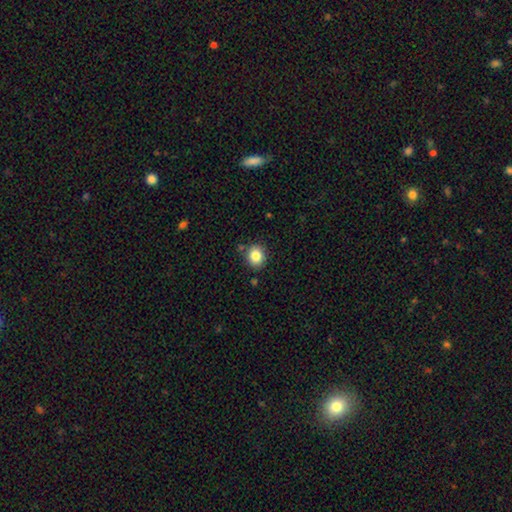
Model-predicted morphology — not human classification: Smooth or featured? smooth (84%)
How rounded? round (70%)
Merging? none (84%)